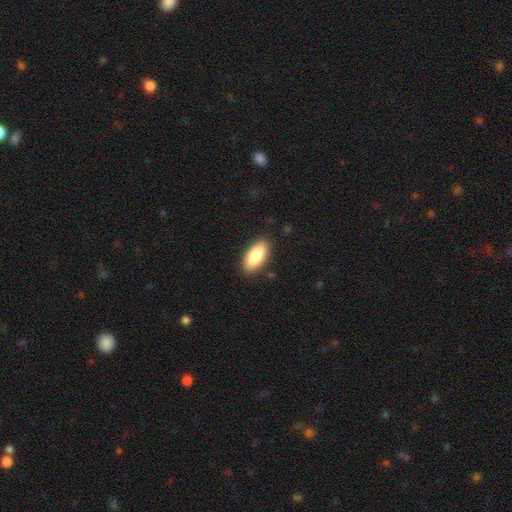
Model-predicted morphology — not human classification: smooth 86%, featured or disk 8%, star or artifact 6%. Down the decision tree: how rounded — in between (88%); merging — none (86%).